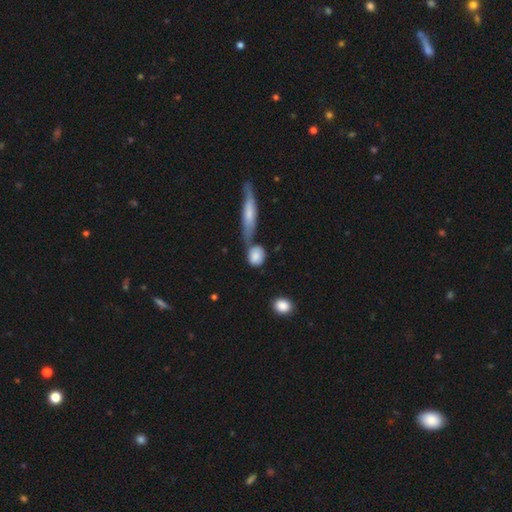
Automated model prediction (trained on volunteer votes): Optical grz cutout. It shows a smooth galaxy with no disk features (81%) that is round (61%). Merging: none (48%).